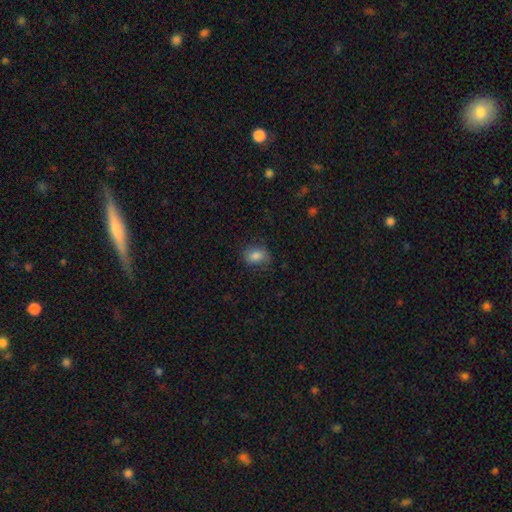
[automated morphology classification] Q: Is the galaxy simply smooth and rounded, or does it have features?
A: smooth — 82%.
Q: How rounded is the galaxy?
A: in between — 70%.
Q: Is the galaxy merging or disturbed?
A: none — 74%.